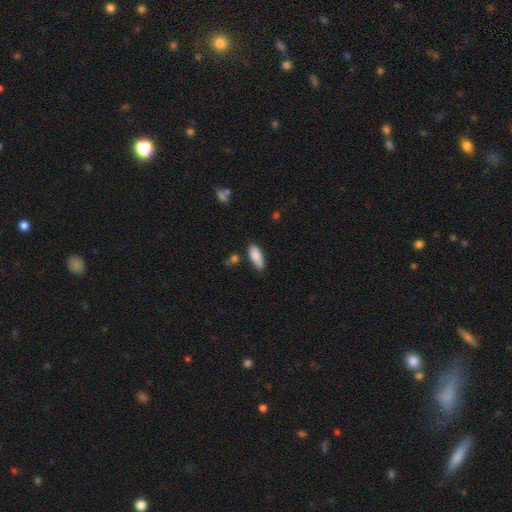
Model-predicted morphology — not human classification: This appears to be a smooth galaxy with no disk features (86%) that is in between round and cigar-shaped (73%). Merging: none (71%).